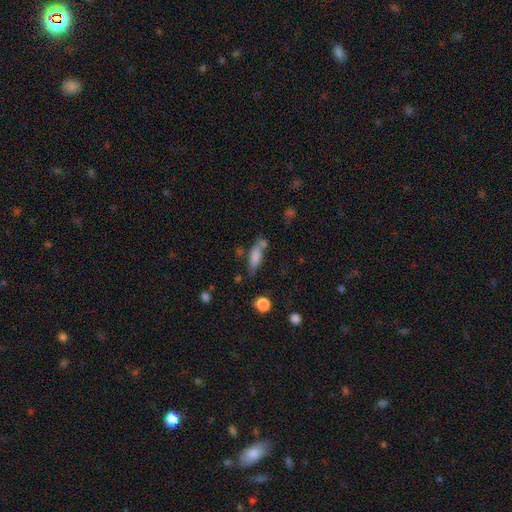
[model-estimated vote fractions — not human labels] Smooth or featured? Predicted: smooth (p=0.73). How rounded? Predicted: cigar-shaped (p=0.50). Merging? Predicted: none (p=0.54).